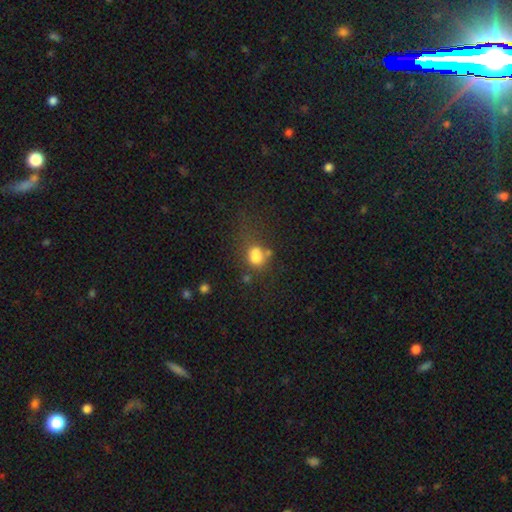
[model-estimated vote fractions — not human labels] Smooth or featured? smooth (72%)
How rounded? in between (50%)
Merging? none (36%)